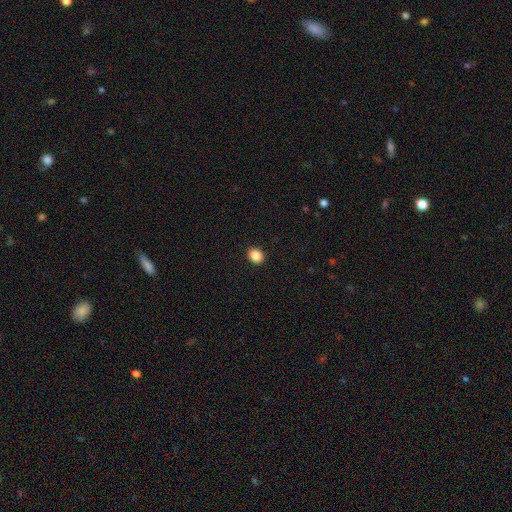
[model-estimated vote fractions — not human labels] Overall: smooth (87%). How rounded: round (55%; in between 44%). Merging: none (91%).